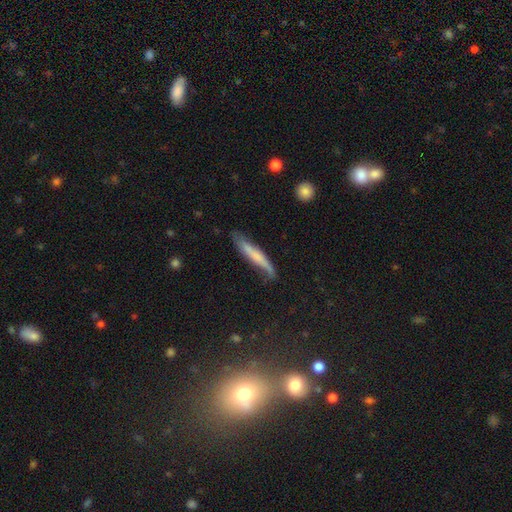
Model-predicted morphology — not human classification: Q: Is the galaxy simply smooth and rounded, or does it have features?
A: smooth — 55%.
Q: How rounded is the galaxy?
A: cigar-shaped — 92%.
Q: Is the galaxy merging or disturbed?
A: none — 60%.